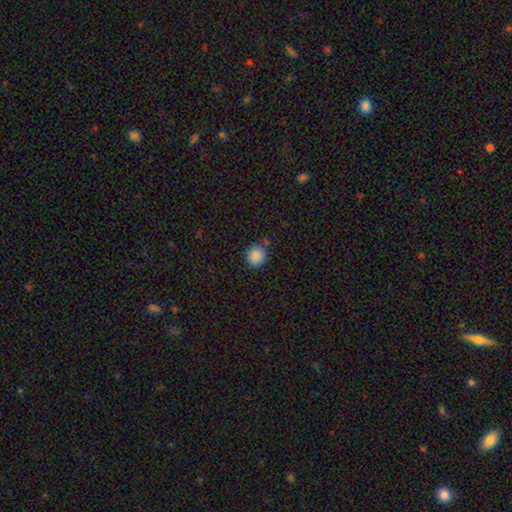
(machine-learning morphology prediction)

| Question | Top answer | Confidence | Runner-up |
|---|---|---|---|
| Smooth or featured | smooth | 86% | star or artifact (10%) |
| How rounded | round | 92% | in between (7%) |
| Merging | none | 80% | minor disturbance (12%) |